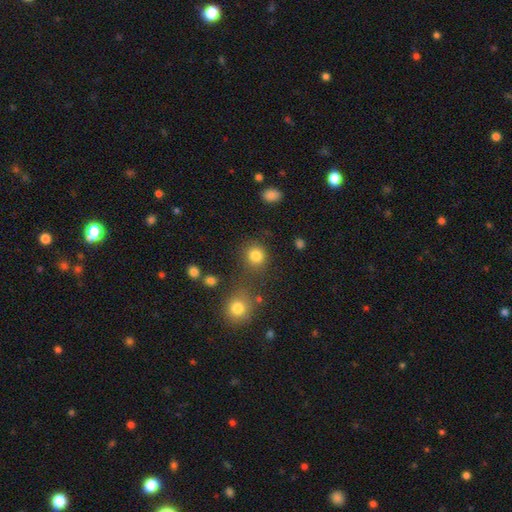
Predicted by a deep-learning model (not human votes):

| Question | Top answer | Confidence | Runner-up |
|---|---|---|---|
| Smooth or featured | smooth | 82% | star or artifact (12%) |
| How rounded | round | 86% | in between (13%) |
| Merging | none | 75% | merger (10%) |